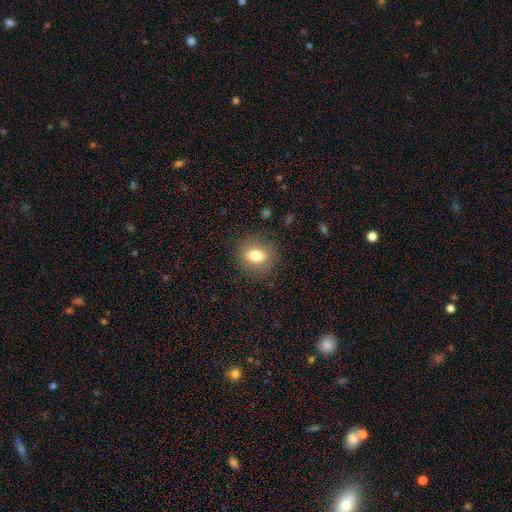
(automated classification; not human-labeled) smooth 77%, featured or disk 13%, star or artifact 10%. Down the decision tree: how rounded — round (56%); merging — none (86%).